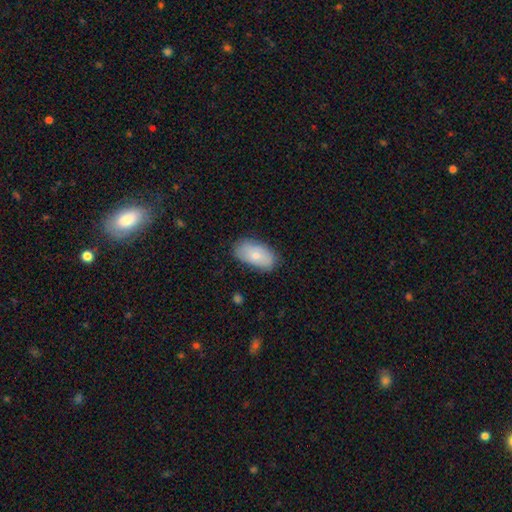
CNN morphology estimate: smooth-or-featured: smooth: 73% | featured or disk: 20% | star or artifact: 6%
  how-rounded: in between: 93% | round: 4% | cigar-shaped: 2%
  merging: none: 79% | minor disturbance: 17% | major disturbance: 3% | merger: 1%